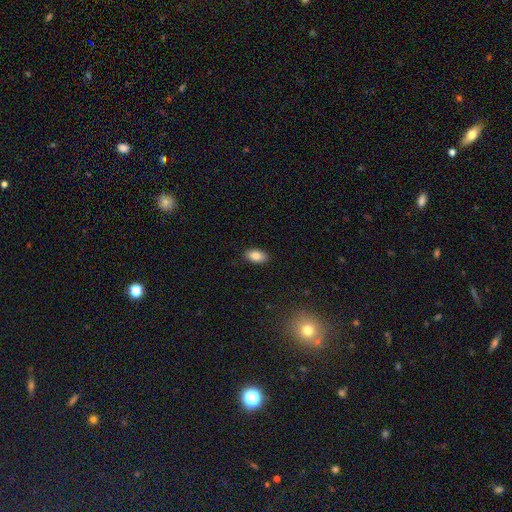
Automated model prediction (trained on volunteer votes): smooth-or-featured: smooth: 86% | star or artifact: 8% | featured or disk: 7%
  how-rounded: in between: 93% | round: 5% | cigar-shaped: 3%
  merging: none: 88% | minor disturbance: 9% | major disturbance: 2% | merger: 1%